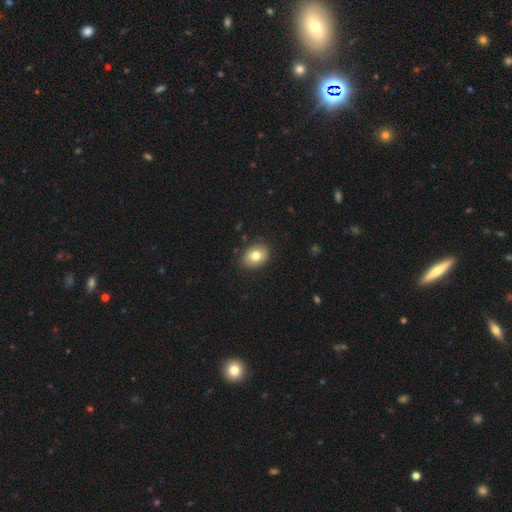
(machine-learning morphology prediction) smooth-or-featured: smooth: 78% | featured or disk: 14% | star or artifact: 8%
  how-rounded: in between: 65% | round: 35% | cigar-shaped: 1%
  merging: none: 85% | minor disturbance: 12% | major disturbance: 2% | merger: 1%